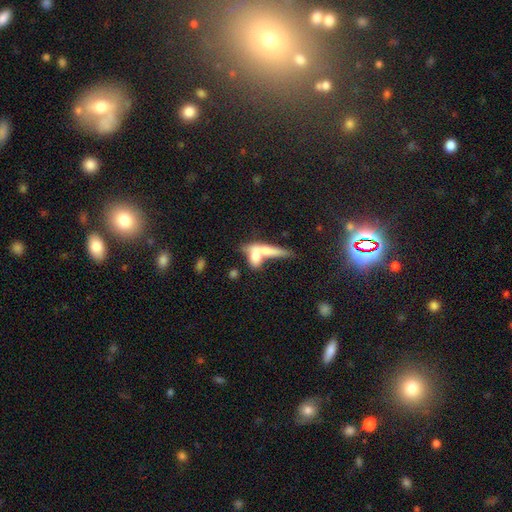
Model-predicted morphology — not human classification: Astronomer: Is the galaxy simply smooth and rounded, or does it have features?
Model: smooth — 54% (runner-up: featured or disk, 34%).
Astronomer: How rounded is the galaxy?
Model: cigar-shaped — 55% (runner-up: in between, 37%).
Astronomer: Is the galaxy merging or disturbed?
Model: merger — 55%.